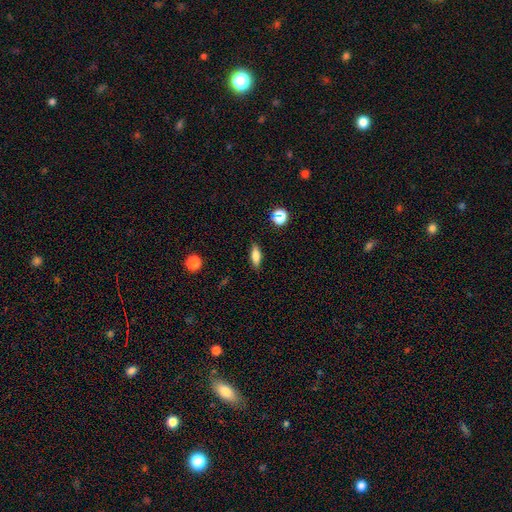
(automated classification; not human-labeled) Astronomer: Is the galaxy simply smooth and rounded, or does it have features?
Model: smooth — 77%.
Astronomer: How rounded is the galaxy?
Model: in between — 61%.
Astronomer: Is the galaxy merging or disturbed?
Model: none — 87%.